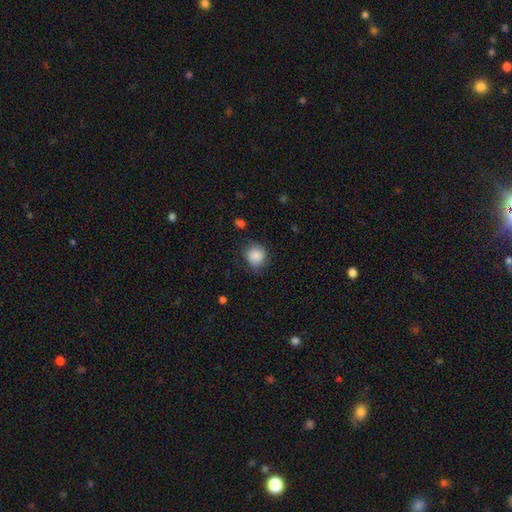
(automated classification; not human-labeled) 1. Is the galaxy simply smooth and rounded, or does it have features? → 88% smooth, 8% star or artifact, 4% featured or disk.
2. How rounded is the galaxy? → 86% round, 13% in between, 1% cigar-shaped.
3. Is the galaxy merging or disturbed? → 77% none, 17% minor disturbance, 5% major disturbance, 1% merger.